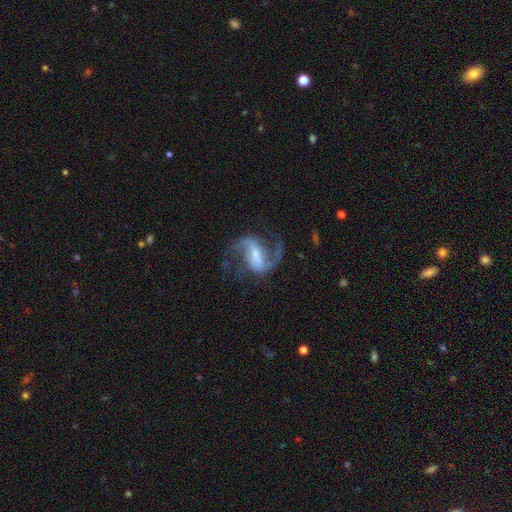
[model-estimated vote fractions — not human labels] The model was most divided on "spiral winding": loose: 48%, medium: 45%, tight: 7%. Remaining: edge-on disk — no (98%); spiral arms — yes (97%); spiral arm count — 2 (92%); smooth or featured — featured or disk (90%); merging — none (71%); bar — strong (48%); bulge size — small (45%).